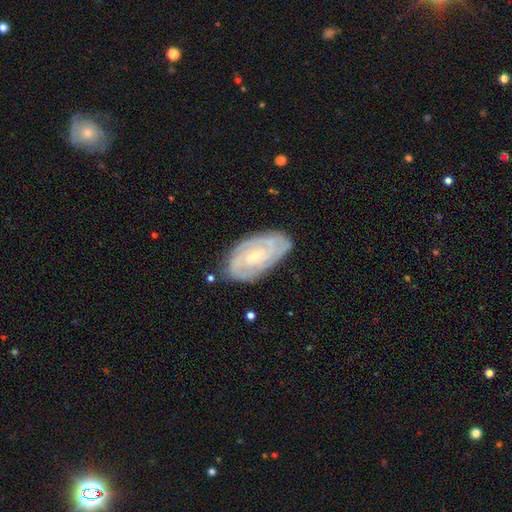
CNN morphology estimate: Smooth or featured? featured or disk (80%)
Edge-on disk? no (95%)
Bar? no (60%)
Spiral arms? yes (95%)
Spiral winding? tight (67%)
Spiral arm count? can't tell (29%)
Bulge size? small (75%)
Merging? none (78%)